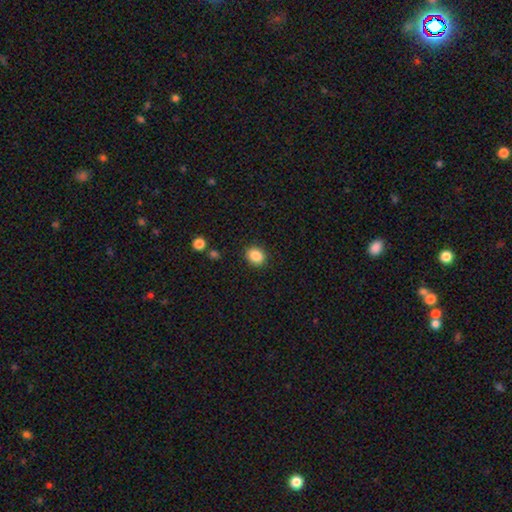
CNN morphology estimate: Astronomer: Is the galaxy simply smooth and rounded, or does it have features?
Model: smooth — 87%.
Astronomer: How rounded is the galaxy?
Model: round — 57% (runner-up: in between, 42%).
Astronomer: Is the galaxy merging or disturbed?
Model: none — 89%.